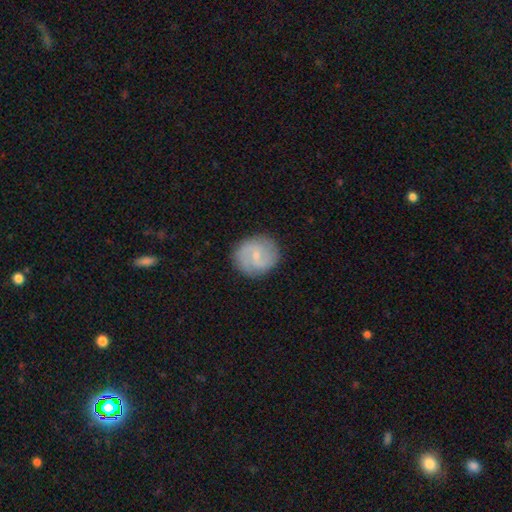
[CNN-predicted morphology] This is possibly a featured or disk galaxy (59%). It is clearly not viewed edge-on (98%). Bar: possibly weak (58%). Spiral arm pattern: clearly yes (88%). Spiral arm count: likely 2 (78%). Spiral winding: possibly medium (47%). Central bulge: likely small (70%). Merging: clearly none (84%).